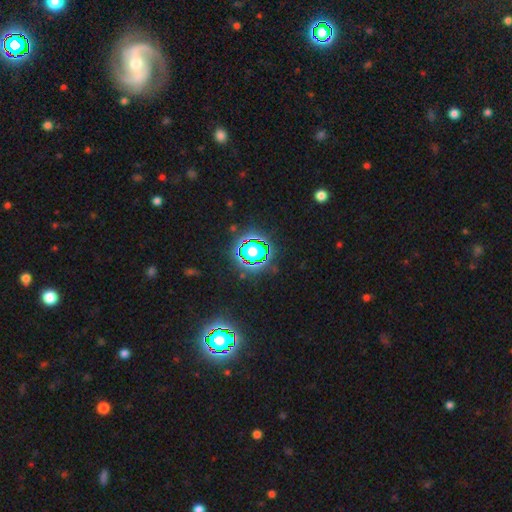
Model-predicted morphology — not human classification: Smooth or featured? star or artifact (71%)